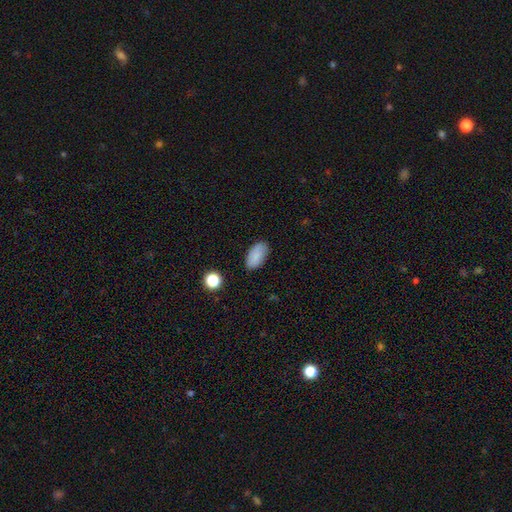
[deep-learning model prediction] This is clearly a smooth galaxy (84%). How rounded: clearly in between (93%). Merging: clearly none (83%).